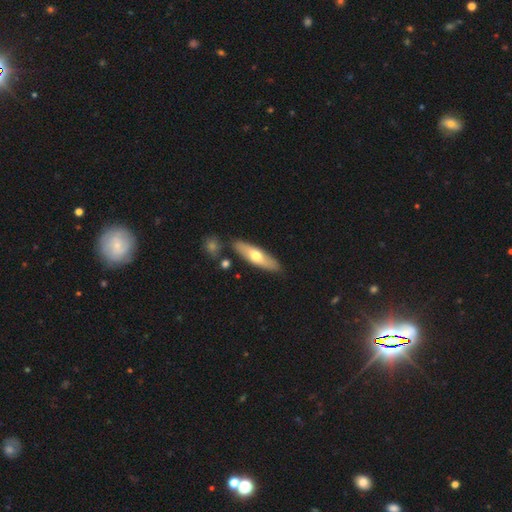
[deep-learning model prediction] Smooth or featured?
  - smooth: 55% *
  - featured or disk: 40%
  - star or artifact: 5%
How rounded?
  - cigar-shaped: 59% *
  - in between: 39%
  - round: 2%
Merging?
  - none: 83% *
  - minor disturbance: 10%
  - merger: 4%
  - major disturbance: 2%